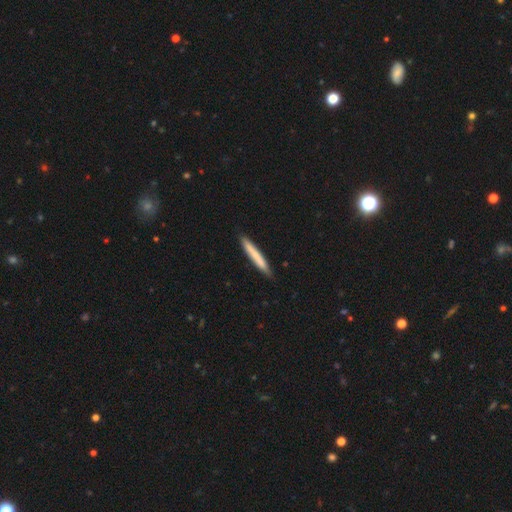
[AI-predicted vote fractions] smooth_or_featured: smooth (p=0.70) [alt: featured or disk p=0.24]
how_rounded: cigar-shaped (p=0.96) [alt: in between p=0.03]
merging: none (p=0.87) [alt: minor disturbance p=0.11]